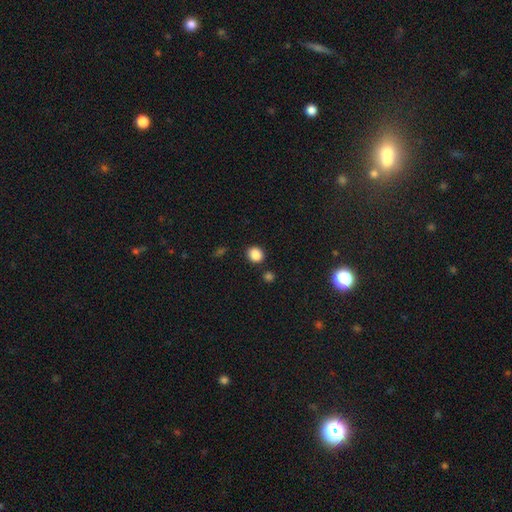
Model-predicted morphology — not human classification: A smooth galaxy with no disk features (87%) that is round (72%).

Vote fractions:
- Smooth or featured? smooth: 87% / star or artifact: 10% / featured or disk: 3%
- How rounded? round: 72% / in between: 27% / cigar-shaped: 1%
- Merging? none: 83% / minor disturbance: 9% / merger: 5% / major disturbance: 3%